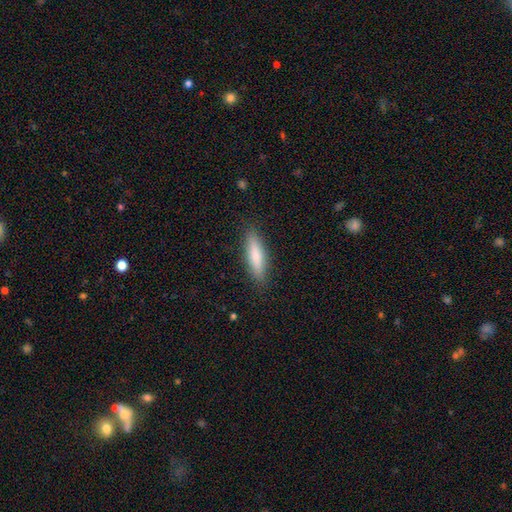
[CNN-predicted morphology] A smooth galaxy with no disk features (76%) that is cigar-shaped (72%). Merging: none (87%).